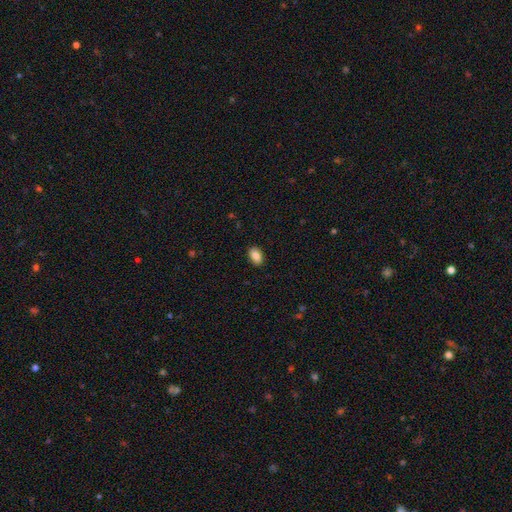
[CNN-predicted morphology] Smooth or featured? Predicted: smooth (p=0.87). How rounded? Predicted: in between (p=0.89). Merging? Predicted: none (p=0.89).